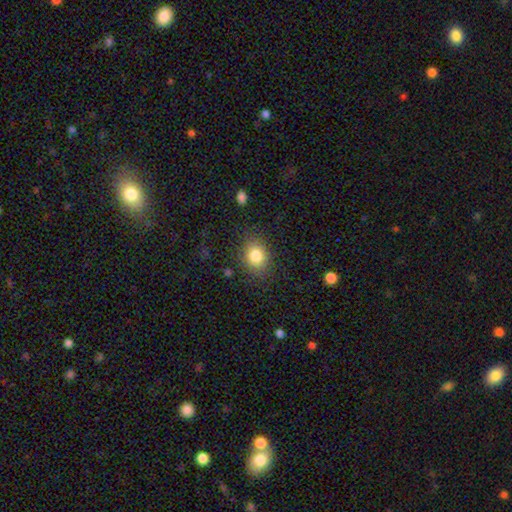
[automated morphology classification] Smooth or featured?
  - smooth: 82% *
  - star or artifact: 10%
  - featured or disk: 8%
How rounded?
  - in between: 55% *
  - round: 44%
  - cigar-shaped: 1%
Merging?
  - none: 81% *
  - minor disturbance: 13%
  - major disturbance: 5%
  - merger: 2%